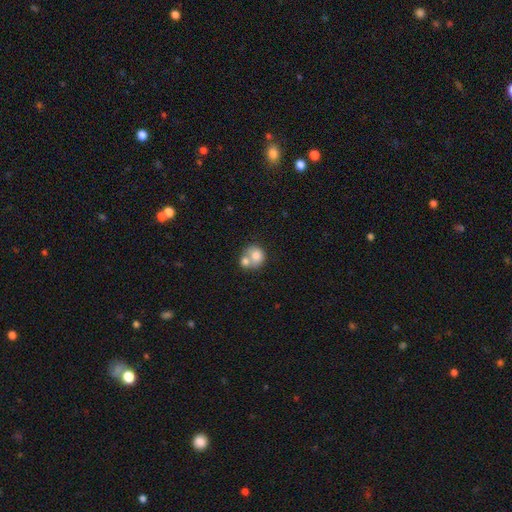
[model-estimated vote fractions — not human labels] smooth-or-featured: smooth: 74% | featured or disk: 18% | star or artifact: 8%
  how-rounded: round: 73% | in between: 26% | cigar-shaped: 1%
  merging: merger: 59% | none: 28% | minor disturbance: 9% | major disturbance: 4%